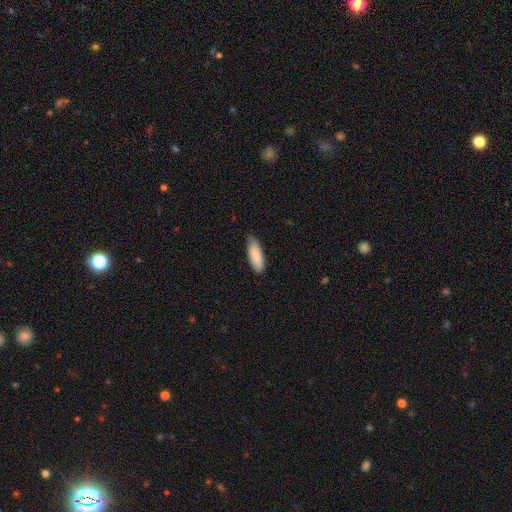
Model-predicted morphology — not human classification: The model was most divided on "how rounded": in between: 66%, cigar-shaped: 32%, round: 2%. More confident: smooth or featured — smooth (88%); merging — none (73%).